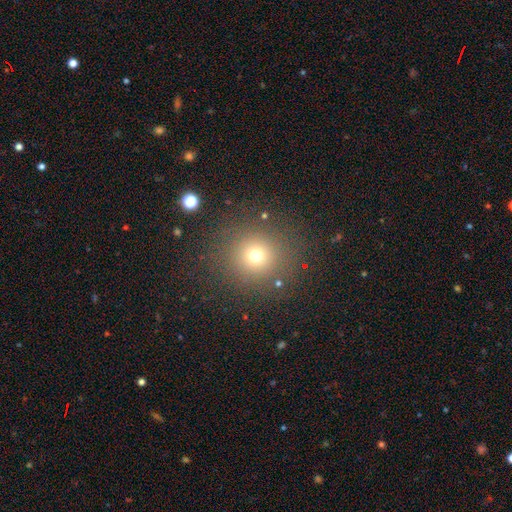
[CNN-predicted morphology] Smooth or featured? smooth (70%)
How rounded? round (91%)
Merging? none (86%)